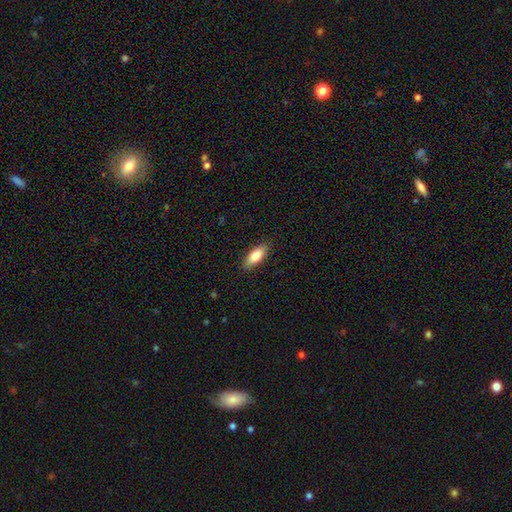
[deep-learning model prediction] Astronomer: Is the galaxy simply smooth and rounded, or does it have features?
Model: smooth — 79%.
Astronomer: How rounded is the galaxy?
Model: in between — 74%.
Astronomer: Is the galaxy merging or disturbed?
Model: none — 88%.